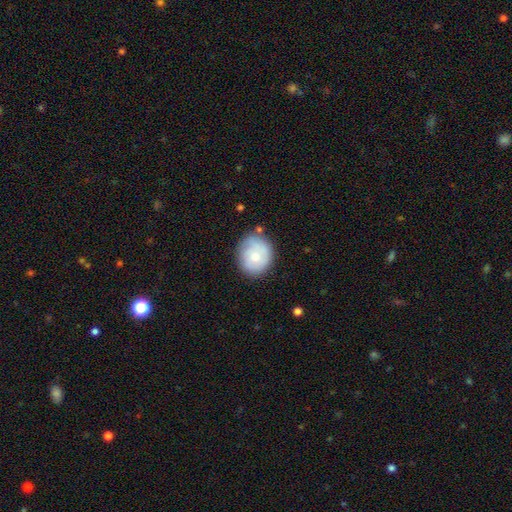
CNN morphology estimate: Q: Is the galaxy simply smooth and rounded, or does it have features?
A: smooth — 64%.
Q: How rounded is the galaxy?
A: round — 78%.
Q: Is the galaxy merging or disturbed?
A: none — 68%.